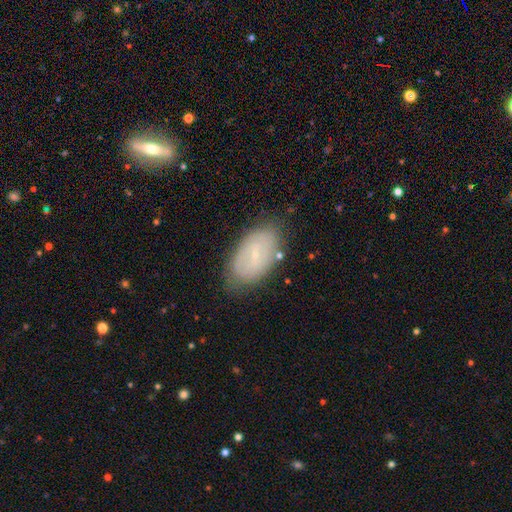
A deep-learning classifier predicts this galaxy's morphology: smooth_or_featured: smooth (p=0.47) [alt: featured or disk p=0.41]
merging: none (p=0.79) [alt: minor disturbance p=0.15]